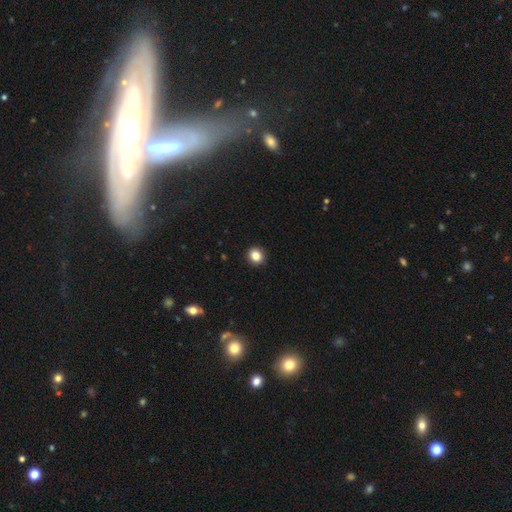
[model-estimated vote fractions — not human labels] smooth_or_featured: smooth (p=0.85) [alt: star or artifact p=0.10]
how_rounded: round (p=0.82) [alt: in between p=0.17]
merging: none (p=0.93) [alt: minor disturbance p=0.05]